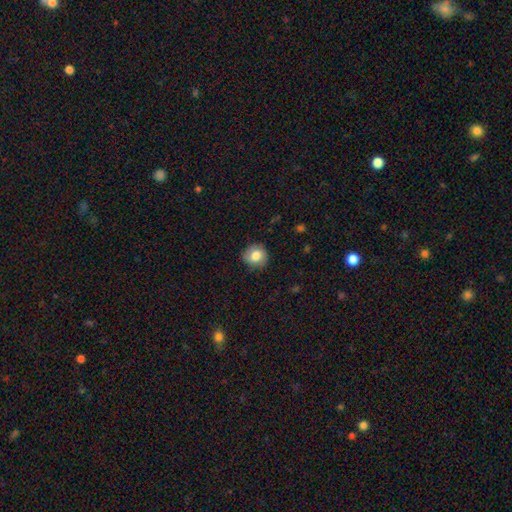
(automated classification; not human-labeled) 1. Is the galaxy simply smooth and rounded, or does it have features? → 77% smooth, 15% featured or disk, 9% star or artifact.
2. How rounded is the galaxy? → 83% round, 16% in between, 1% cigar-shaped.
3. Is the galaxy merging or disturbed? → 81% none, 14% minor disturbance, 3% major disturbance, 1% merger.